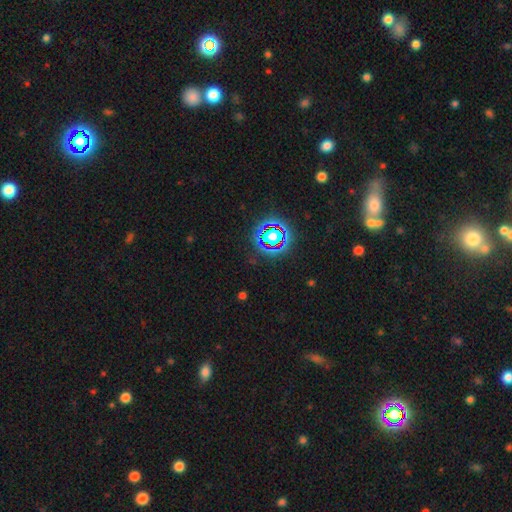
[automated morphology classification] star or artifact 74%, smooth 17%, featured or disk 10%.